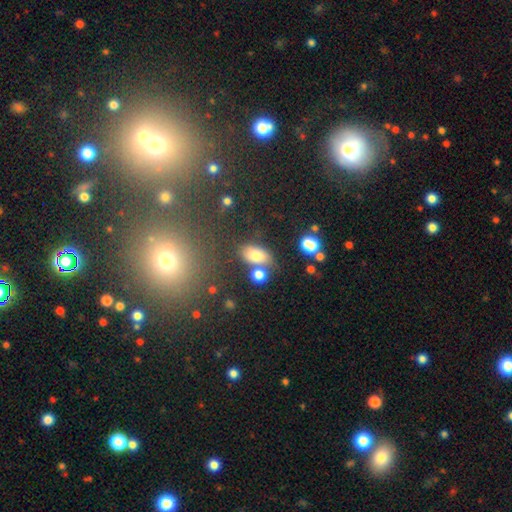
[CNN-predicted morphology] Smooth or featured: smooth — 77% (star or artifact — 12%)
How rounded: in between — 86% (round — 12%)
Merging: none — 58% (merger — 23%)